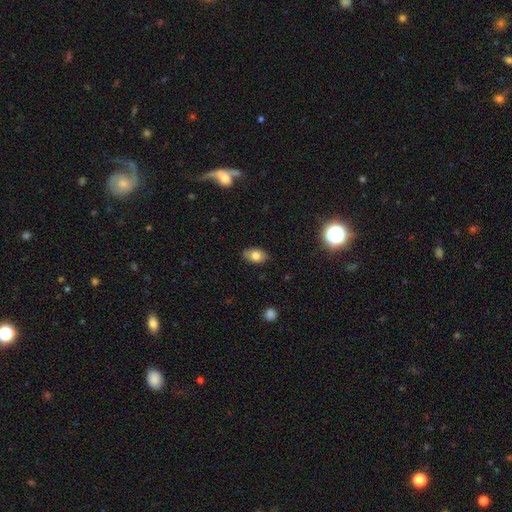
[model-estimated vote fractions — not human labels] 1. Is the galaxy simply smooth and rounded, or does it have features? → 79% smooth, 11% featured or disk, 10% star or artifact.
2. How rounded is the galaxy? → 87% in between, 11% round, 2% cigar-shaped.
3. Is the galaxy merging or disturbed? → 85% none, 12% minor disturbance, 2% major disturbance, 1% merger.